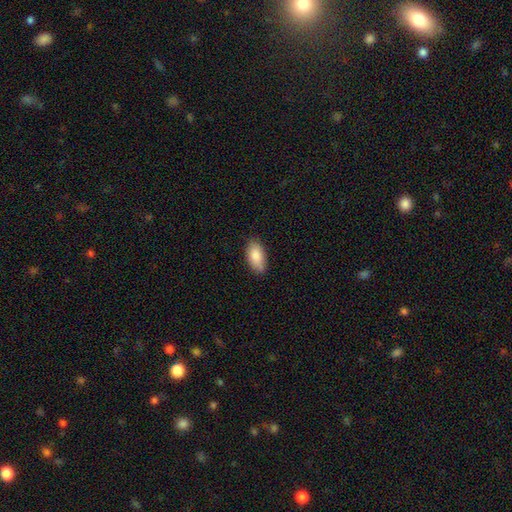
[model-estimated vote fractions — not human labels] smooth-or-featured: smooth: 86% | featured or disk: 8% | star or artifact: 6%
  how-rounded: in between: 93% | cigar-shaped: 4% | round: 3%
  merging: none: 81% | minor disturbance: 15% | major disturbance: 2% | merger: 1%